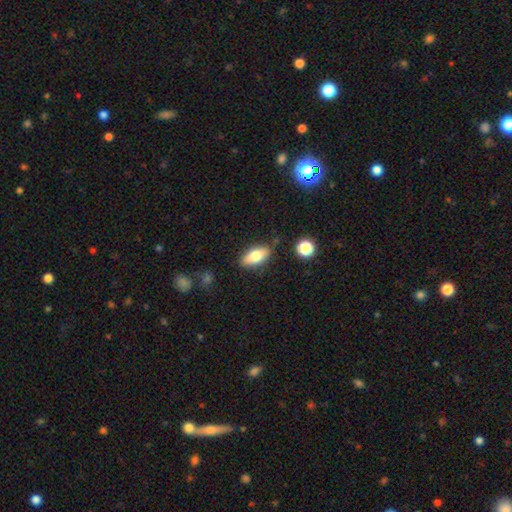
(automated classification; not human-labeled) Smooth or featured: smooth — 72% (featured or disk — 21%)
How rounded: in between — 84% (cigar-shaped — 11%)
Merging: none — 81% (minor disturbance — 13%)